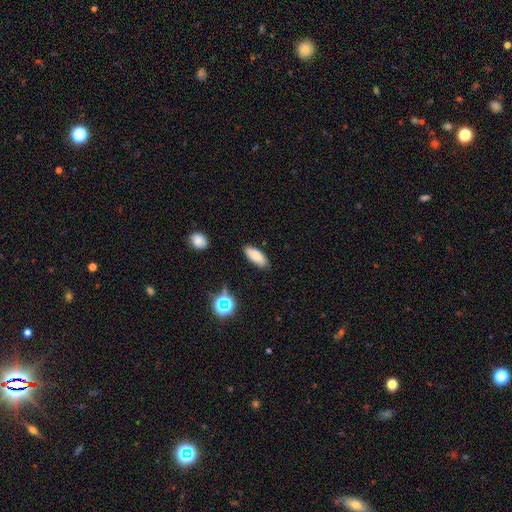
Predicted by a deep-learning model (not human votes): This appears to be a smooth galaxy with no disk features (83%) that is in between round and cigar-shaped (80%). Merging: none (83%).